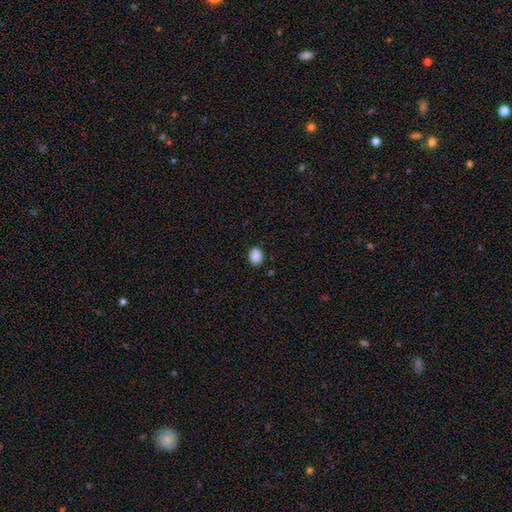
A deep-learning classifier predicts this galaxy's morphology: The model was most divided on "how rounded": in between: 54%, round: 45%, cigar-shaped: 1%. More confident: smooth or featured — smooth (88%); merging — none (86%).